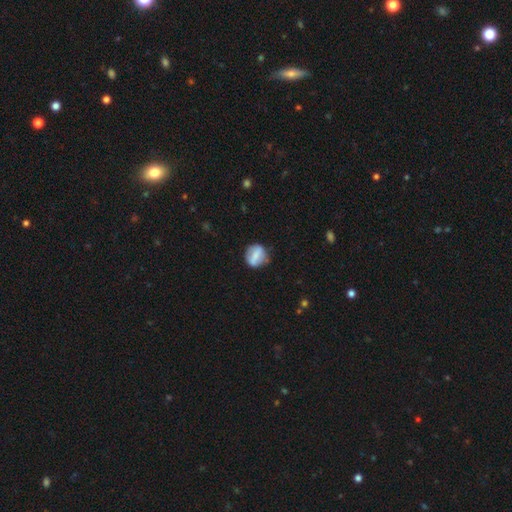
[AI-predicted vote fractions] A smooth galaxy with no disk features (57%) that is round (68%).

Vote fractions:
- Smooth or featured? smooth: 57% / featured or disk: 35% / star or artifact: 8%
- How rounded? round: 68% / in between: 29% / cigar-shaped: 3%
- Merging? none: 75% / minor disturbance: 17% / major disturbance: 5% / merger: 2%